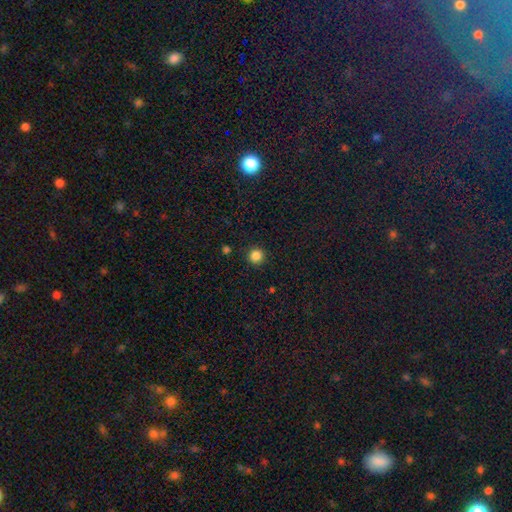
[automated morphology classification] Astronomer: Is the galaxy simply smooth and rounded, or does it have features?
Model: smooth — 85%.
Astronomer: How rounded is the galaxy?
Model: round — 95%.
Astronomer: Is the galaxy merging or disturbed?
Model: none — 92%.